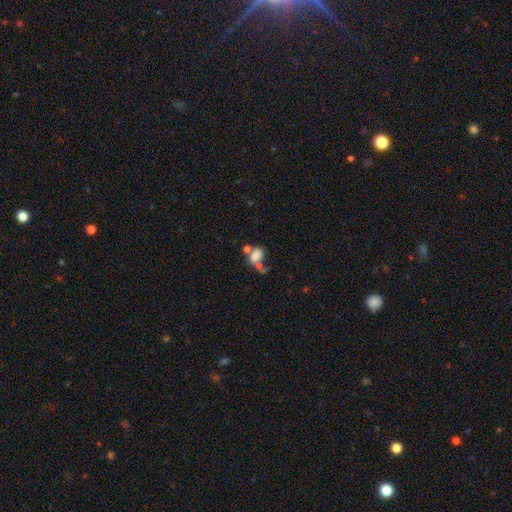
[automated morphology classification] This appears to be a smooth galaxy with no disk features (73%) that is in between round and cigar-shaped (76%). Merging: merger (47%).